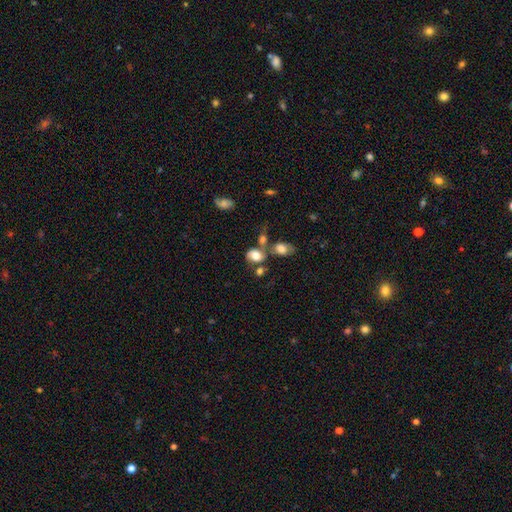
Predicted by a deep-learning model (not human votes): Smooth or featured: smooth — 72% (featured or disk — 18%)
How rounded: in between — 64% (round — 35%)
Merging: none — 38% (merger — 37%)